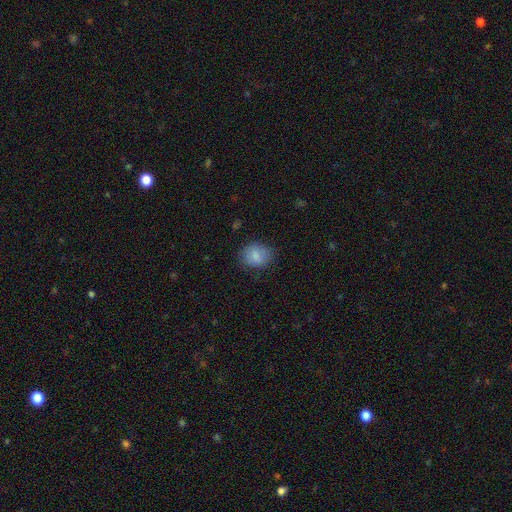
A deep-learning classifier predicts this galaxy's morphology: The model was most divided on "how rounded": round: 54%, in between: 45%, cigar-shaped: 1%. More confident: smooth or featured — smooth (83%); merging — none (75%).